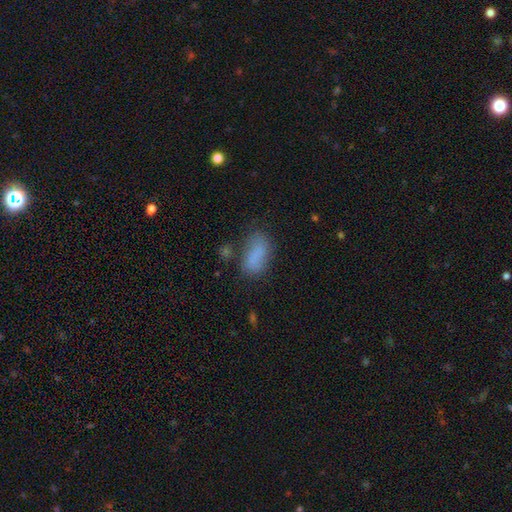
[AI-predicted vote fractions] smooth 78%, featured or disk 12%, star or artifact 10%. Down the decision tree: how rounded — in between (88%); merging — none (56%).